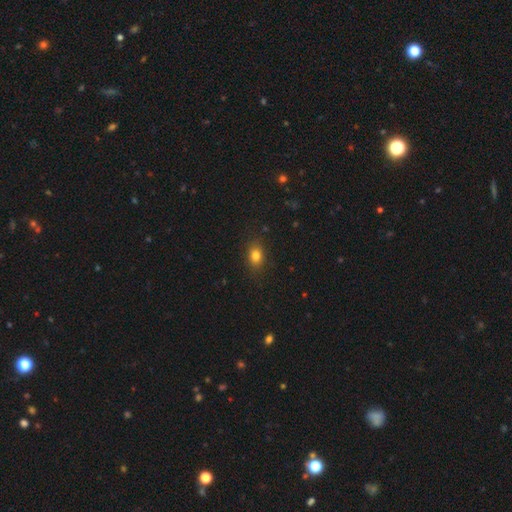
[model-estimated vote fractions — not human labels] A smooth galaxy with no disk features (81%) that is in between round and cigar-shaped (68%).

Vote fractions:
- Smooth or featured? smooth: 81% / star or artifact: 12% / featured or disk: 7%
- How rounded? in between: 68% / round: 31% / cigar-shaped: 2%
- Merging? none: 85% / minor disturbance: 11% / major disturbance: 3% / merger: 1%